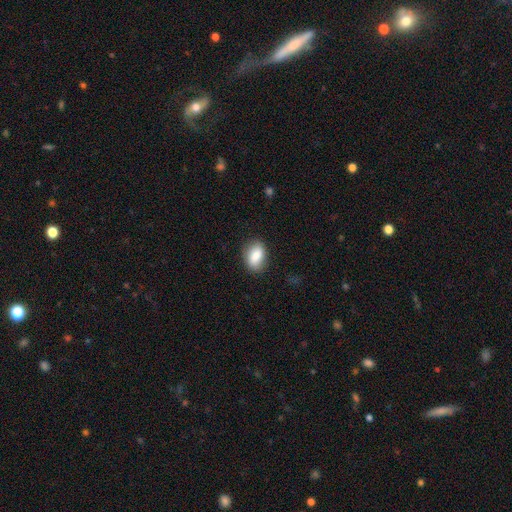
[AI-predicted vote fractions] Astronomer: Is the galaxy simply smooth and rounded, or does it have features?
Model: smooth — 85%.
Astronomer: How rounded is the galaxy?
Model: in between — 85%.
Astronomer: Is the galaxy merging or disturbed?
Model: none — 83%.